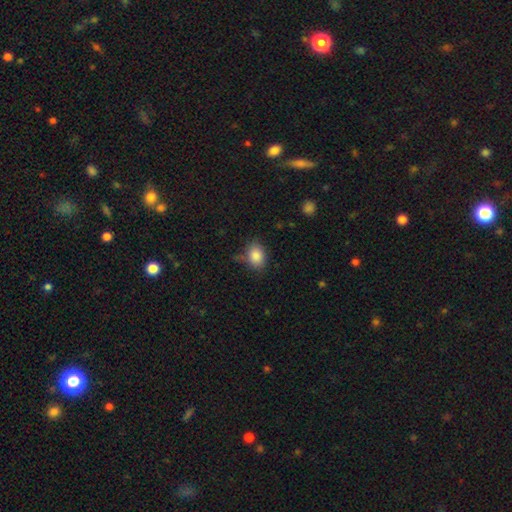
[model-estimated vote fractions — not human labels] smooth-or-featured: smooth: 86% | star or artifact: 9% | featured or disk: 5%
  how-rounded: in between: 67% | round: 31% | cigar-shaped: 1%
  merging: none: 71% | minor disturbance: 20% | major disturbance: 5% | merger: 4%